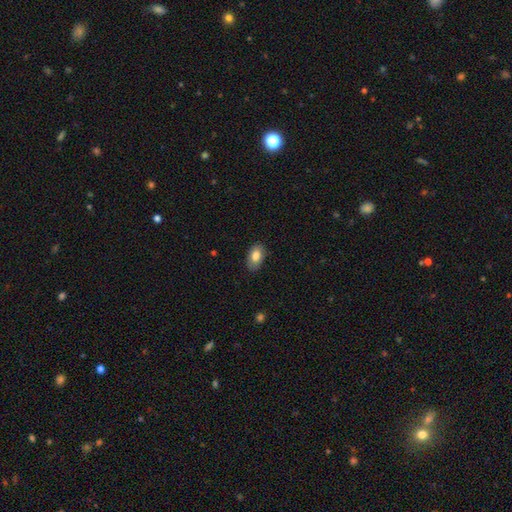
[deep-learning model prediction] Morphology: type=smooth (81%); roundness=in between (91%); merging=none (84%).